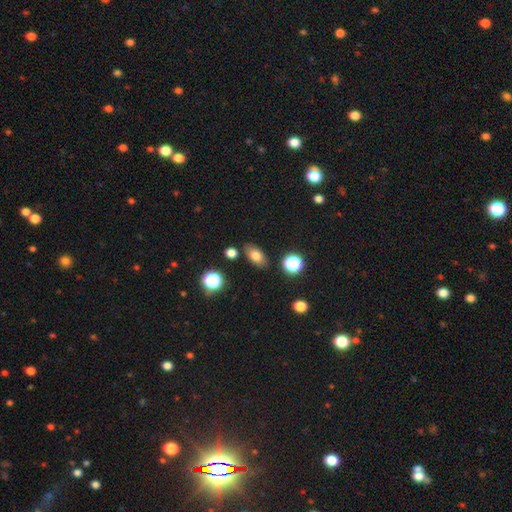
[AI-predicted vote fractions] A smooth galaxy with no disk features (76%) that is in between round and cigar-shaped (86%). Merging: none (83%).